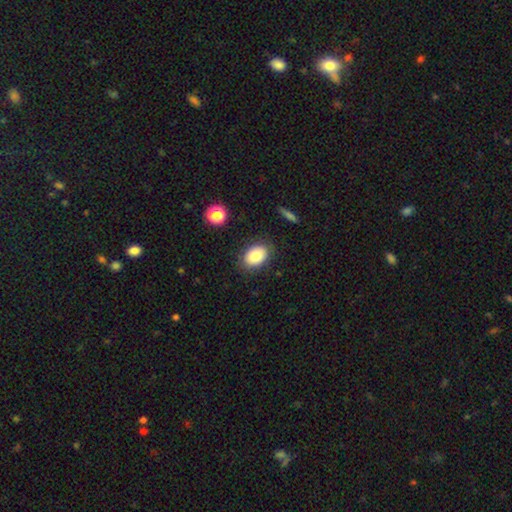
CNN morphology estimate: The model was most divided on "how rounded": in between: 78%, round: 21%, cigar-shaped: 1%. More confident: merging — none (84%); smooth or featured — smooth (82%).